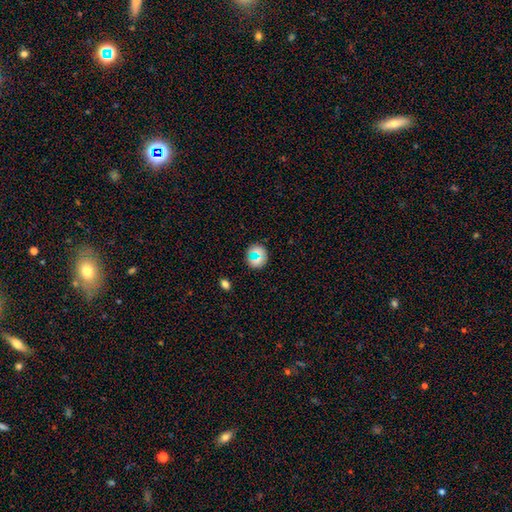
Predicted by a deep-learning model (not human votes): This appears to be a smooth galaxy with no disk features (65%) that is round (91%). Merging: none (76%).